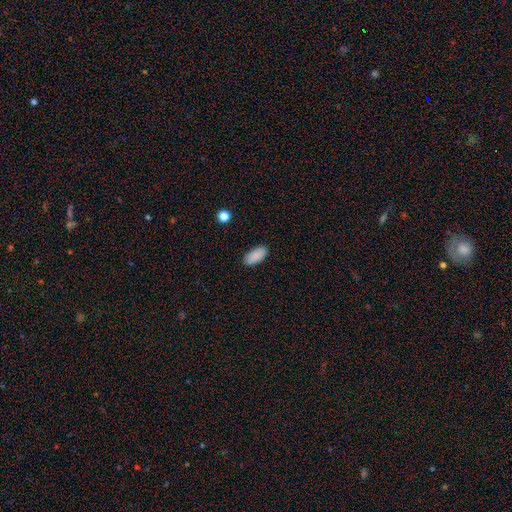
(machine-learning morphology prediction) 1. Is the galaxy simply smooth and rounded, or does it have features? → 90% smooth, 7% star or artifact, 3% featured or disk.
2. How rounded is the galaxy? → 93% in between, 5% cigar-shaped, 2% round.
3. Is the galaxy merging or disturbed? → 89% none, 8% minor disturbance, 2% major disturbance, 1% merger.